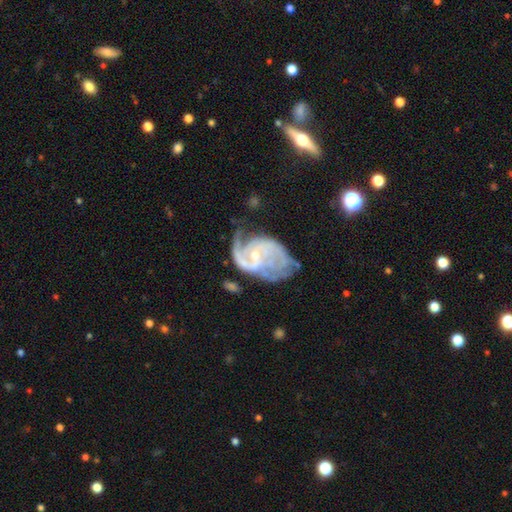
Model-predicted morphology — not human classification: type=featured or disk (85%); edge-on=no (97%); bar=no (61%); spiral arms=yes (92%); winding=medium (41%); arm count=2 (45%); bulge=small (72%); merging=none (38%).